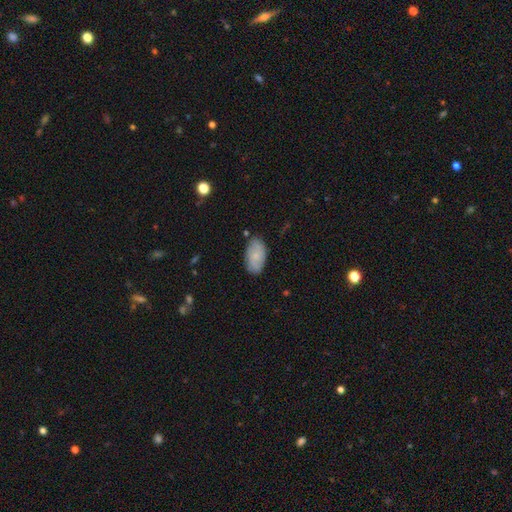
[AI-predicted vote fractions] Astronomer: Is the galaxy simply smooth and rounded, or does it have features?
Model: smooth — 69%.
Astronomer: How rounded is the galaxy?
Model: in between — 94%.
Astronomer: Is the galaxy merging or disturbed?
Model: none — 79%.